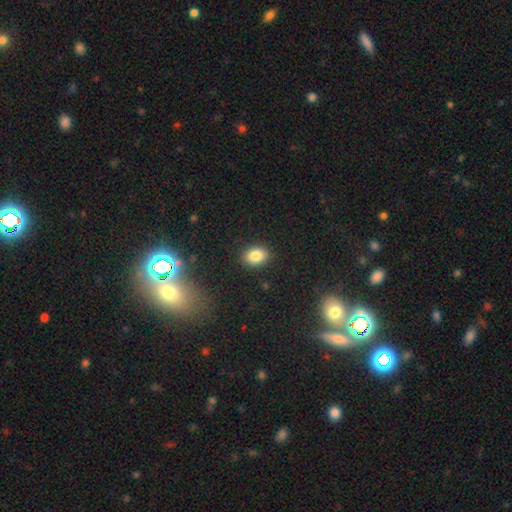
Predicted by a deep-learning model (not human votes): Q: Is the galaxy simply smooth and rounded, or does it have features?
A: smooth — 84%.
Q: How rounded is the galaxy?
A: in between — 70%.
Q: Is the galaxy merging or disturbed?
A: none — 89%.